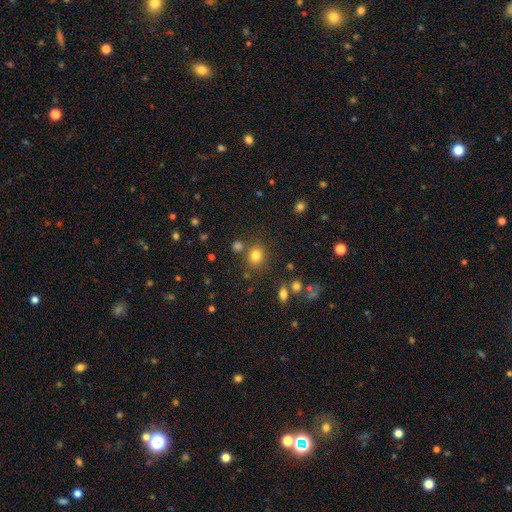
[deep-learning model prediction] The model was most divided on "how rounded": round: 73%, in between: 26%, cigar-shaped: 1%. More confident: smooth or featured — smooth (78%); merging — none (76%).